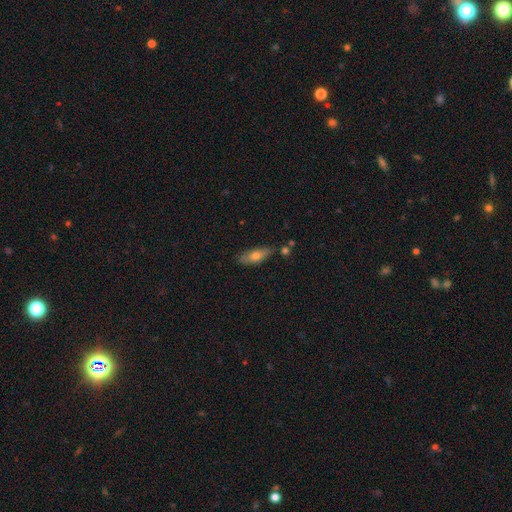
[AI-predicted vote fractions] Smooth or featured?
  - smooth: 68% *
  - featured or disk: 25%
  - star or artifact: 7%
How rounded?
  - in between: 66% *
  - cigar-shaped: 31%
  - round: 3%
Merging?
  - none: 72% *
  - minor disturbance: 18%
  - merger: 6%
  - major disturbance: 4%